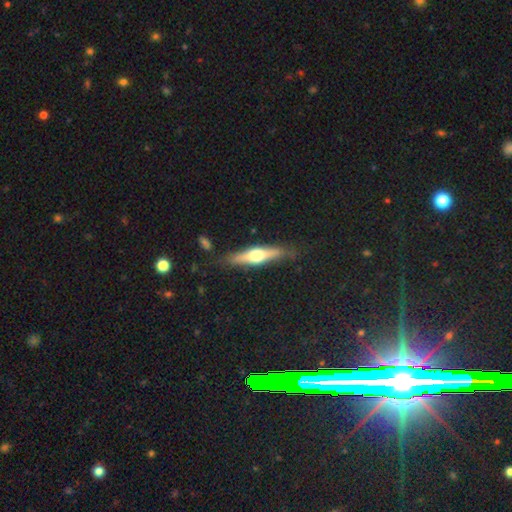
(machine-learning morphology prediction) smooth-or-featured: featured or disk: 61% | smooth: 33% | star or artifact: 6%
  disk-edge-on: yes: 95% | no: 5%
    edge-on-bulge: rounded: 88% | boxy: 9% | none: 3%
  merging: none: 79% | minor disturbance: 15% | major disturbance: 4% | merger: 3%